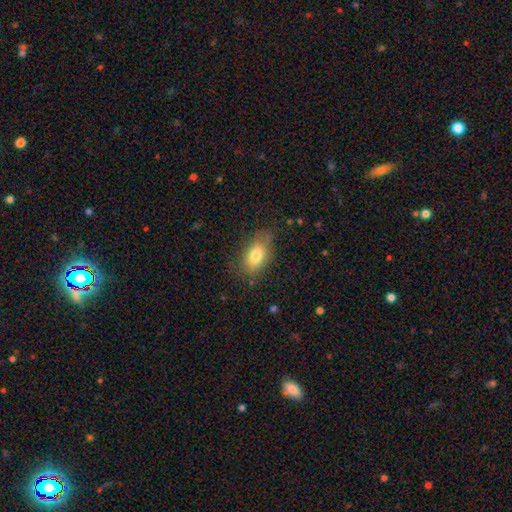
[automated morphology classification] A smooth galaxy with no disk features (78%) that is in between round and cigar-shaped (89%). Merging: none (69%).